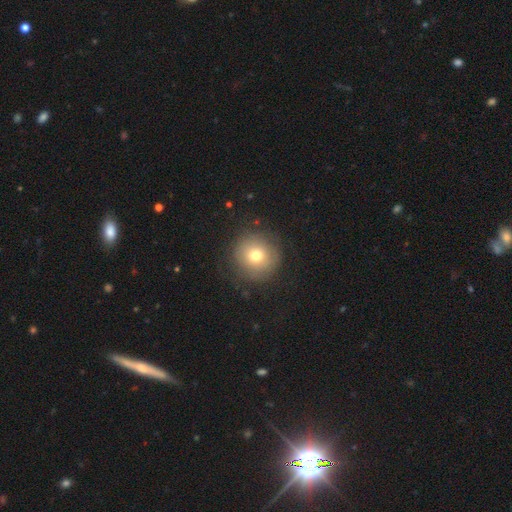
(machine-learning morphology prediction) type=smooth (73%); roundness=round (94%); merging=none (84%).